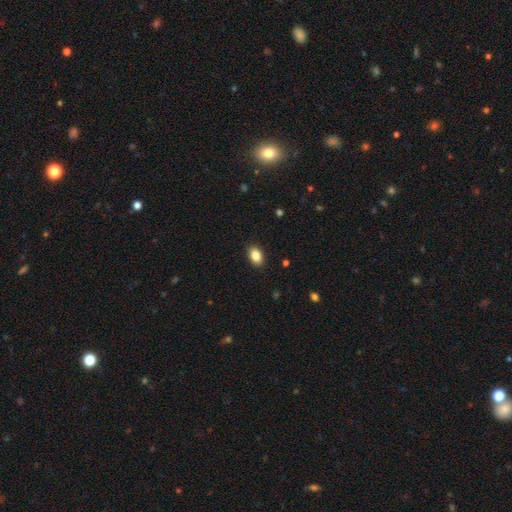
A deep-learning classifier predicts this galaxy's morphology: Smooth or featured? smooth (86%)
How rounded? in between (86%)
Merging? none (90%)